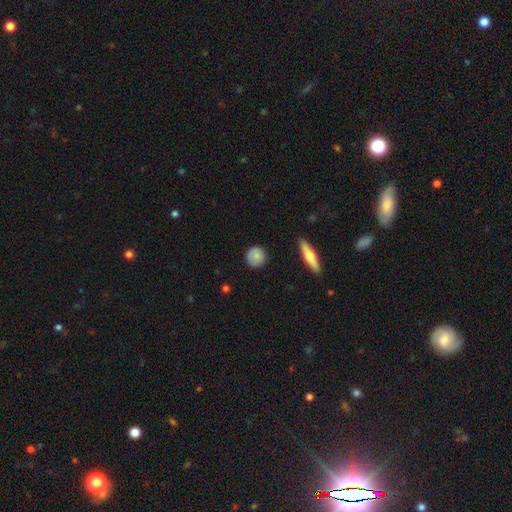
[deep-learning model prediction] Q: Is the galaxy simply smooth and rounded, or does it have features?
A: smooth — 77%.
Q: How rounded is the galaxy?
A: round — 89%.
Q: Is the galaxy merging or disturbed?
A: none — 85%.